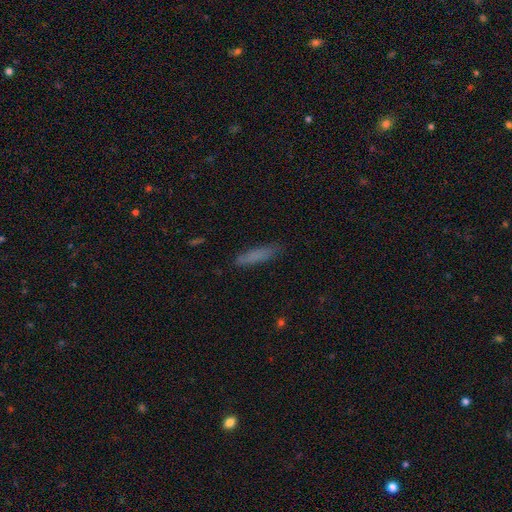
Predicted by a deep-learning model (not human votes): Morphology: type=smooth (78%); roundness=cigar-shaped (83%); merging=none (83%).